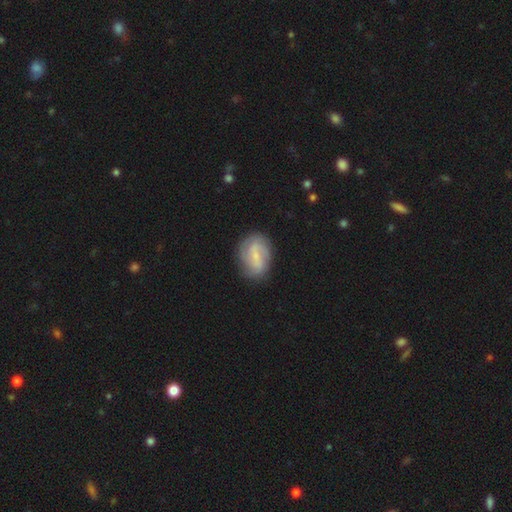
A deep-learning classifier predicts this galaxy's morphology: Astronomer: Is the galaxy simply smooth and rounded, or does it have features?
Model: featured or disk — 56% (runner-up: smooth, 37%).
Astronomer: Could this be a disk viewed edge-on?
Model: no — 96%.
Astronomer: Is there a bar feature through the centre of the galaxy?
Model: weak — 51%.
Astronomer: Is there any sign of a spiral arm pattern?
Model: yes — 80%.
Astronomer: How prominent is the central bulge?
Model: small — 63%.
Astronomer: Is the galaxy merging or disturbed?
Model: none — 76%.